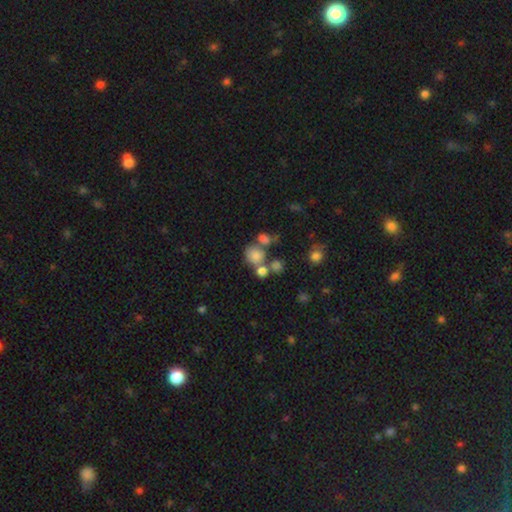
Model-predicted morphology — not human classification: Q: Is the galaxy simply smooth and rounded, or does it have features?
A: smooth — 74%.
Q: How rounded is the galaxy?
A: round — 75%.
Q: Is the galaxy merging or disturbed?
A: none — 42%.